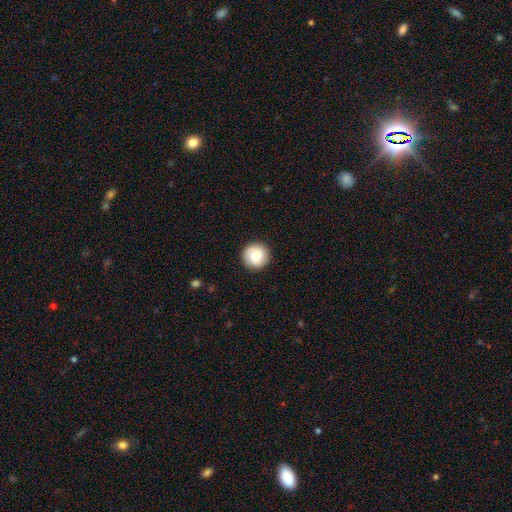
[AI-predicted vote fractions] Smooth or featured? smooth (70%)
How rounded? round (94%)
Merging? none (90%)